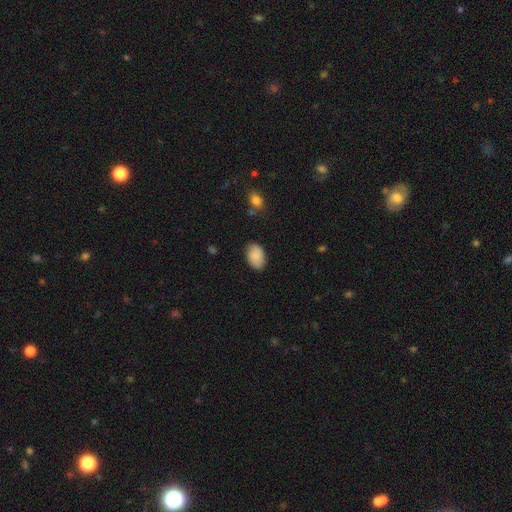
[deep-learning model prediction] Smooth or featured?
  - smooth: 88% *
  - star or artifact: 6%
  - featured or disk: 6%
How rounded?
  - in between: 89% *
  - round: 10%
  - cigar-shaped: 1%
Merging?
  - none: 84% *
  - minor disturbance: 12%
  - major disturbance: 3%
  - merger: 1%